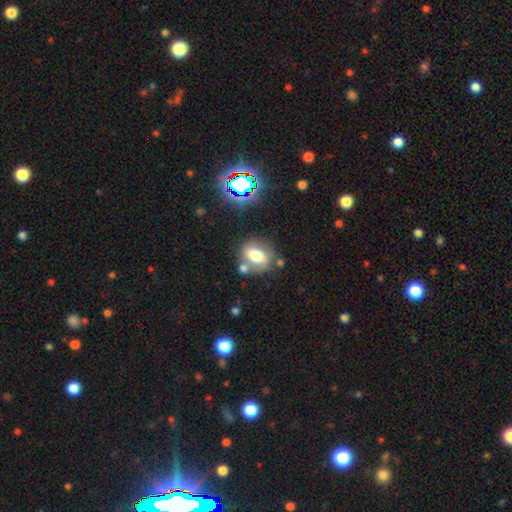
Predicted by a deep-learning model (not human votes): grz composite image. It shows a smooth galaxy with no disk features (59%) that is in between round and cigar-shaped (54%). Merging: none (62%).